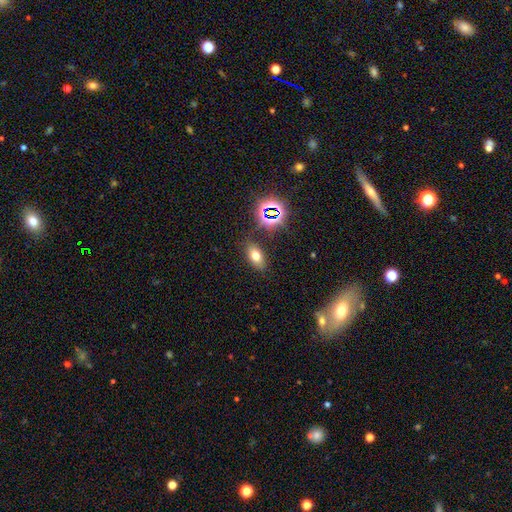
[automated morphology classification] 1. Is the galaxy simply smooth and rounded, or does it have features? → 64% smooth, 22% star or artifact, 14% featured or disk.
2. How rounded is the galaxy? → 83% in between, 12% round, 6% cigar-shaped.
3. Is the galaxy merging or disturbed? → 82% none, 11% minor disturbance, 4% major disturbance, 3% merger.